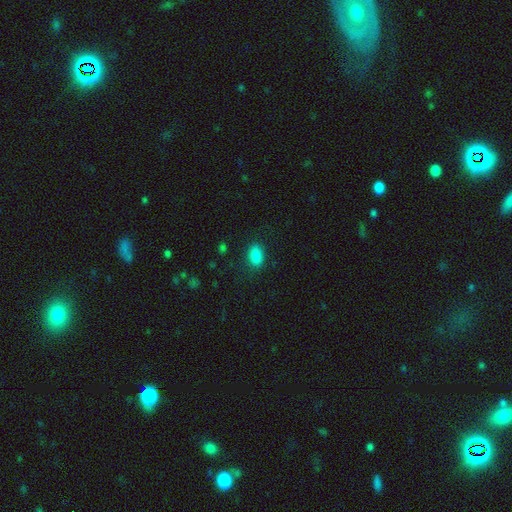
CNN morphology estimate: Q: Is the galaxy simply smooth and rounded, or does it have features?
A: smooth — 86%.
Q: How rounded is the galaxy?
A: in between — 88%.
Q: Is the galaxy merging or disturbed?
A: none — 83%.